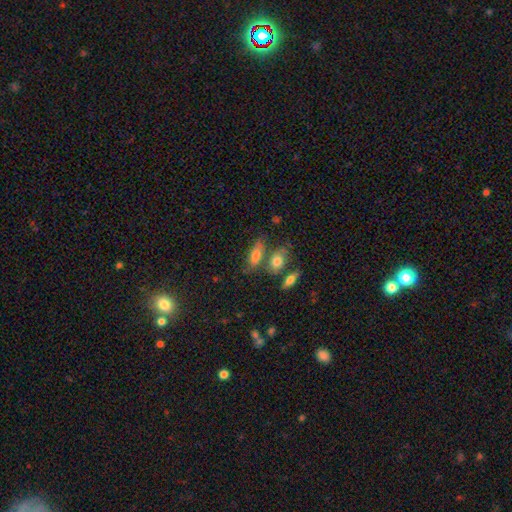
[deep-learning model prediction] Smooth or featured?
  - smooth: 75% *
  - featured or disk: 17%
  - star or artifact: 8%
How rounded?
  - in between: 81% *
  - cigar-shaped: 13%
  - round: 6%
Merging?
  - none: 46% *
  - merger: 28%
  - minor disturbance: 18%
  - major disturbance: 7%